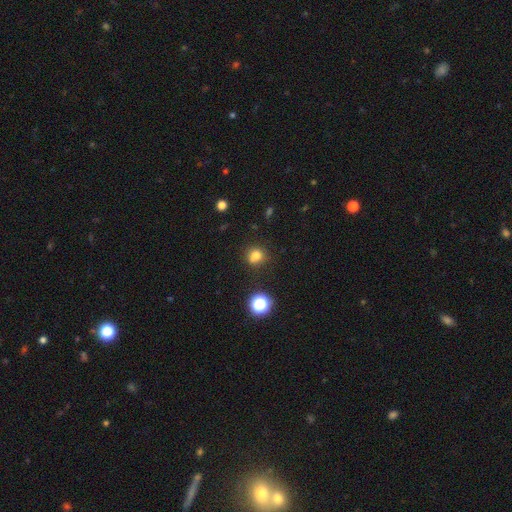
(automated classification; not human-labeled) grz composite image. It shows a smooth galaxy with no disk features (76%) that is round (79%). Merging: none (70%).